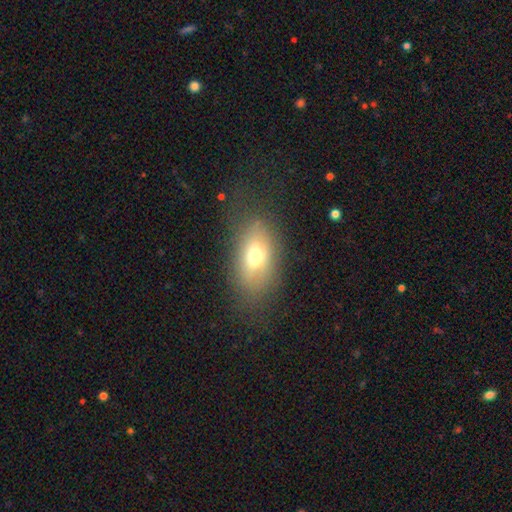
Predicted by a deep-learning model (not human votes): A smooth galaxy with no disk features (66%) that is in between round and cigar-shaped (84%). Merging: none (68%).